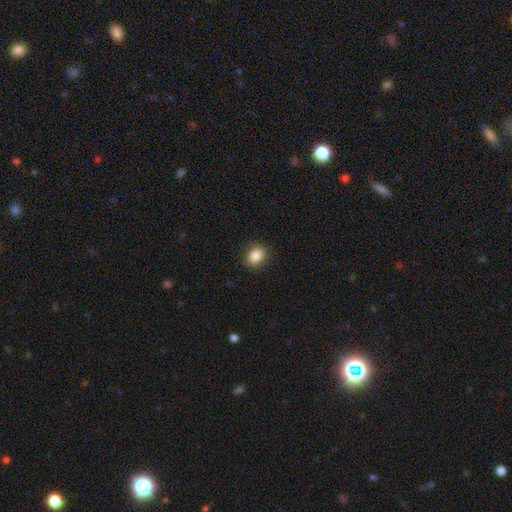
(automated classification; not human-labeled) A smooth galaxy with no disk features (86%) that is round (56%).

Vote fractions:
- Smooth or featured? smooth: 86% / star or artifact: 9% / featured or disk: 5%
- How rounded? round: 56% / in between: 43% / cigar-shaped: 1%
- Merging? none: 88% / minor disturbance: 9% / major disturbance: 2% / merger: 1%